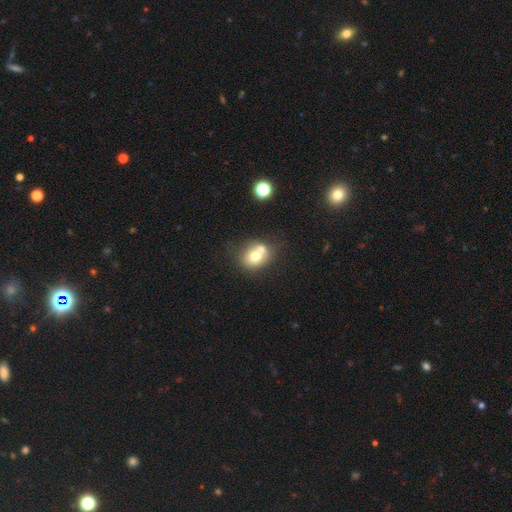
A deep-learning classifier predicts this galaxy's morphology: Smooth or featured?
  - smooth: 68% *
  - featured or disk: 21%
  - star or artifact: 11%
How rounded?
  - round: 67% *
  - in between: 32%
  - cigar-shaped: 1%
Merging?
  - merger: 47% *
  - none: 39%
  - minor disturbance: 10%
  - major disturbance: 4%